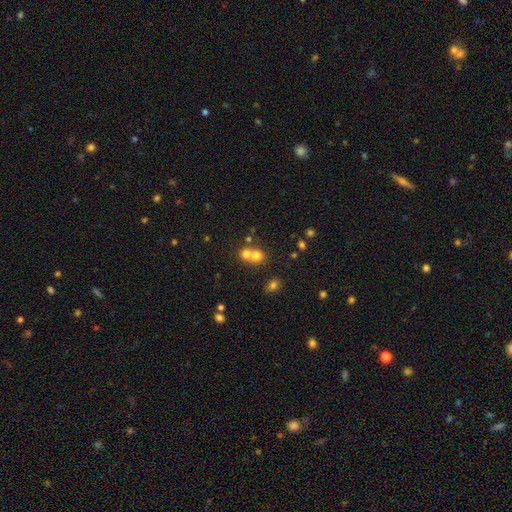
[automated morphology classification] smooth-or-featured: smooth: 71% | star or artifact: 15% | featured or disk: 14%
  how-rounded: round: 80% | in between: 19% | cigar-shaped: 1%
  merging: merger: 60% | none: 33% | minor disturbance: 5% | major disturbance: 2%